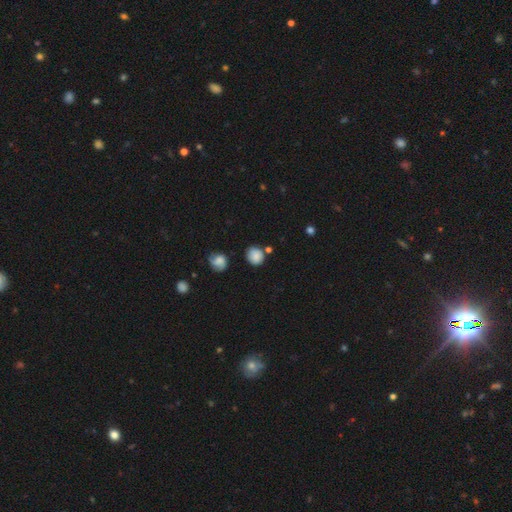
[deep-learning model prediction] smooth 83%, star or artifact 10%, featured or disk 7%. Down the decision tree: how rounded — round (85%); merging — none (73%).